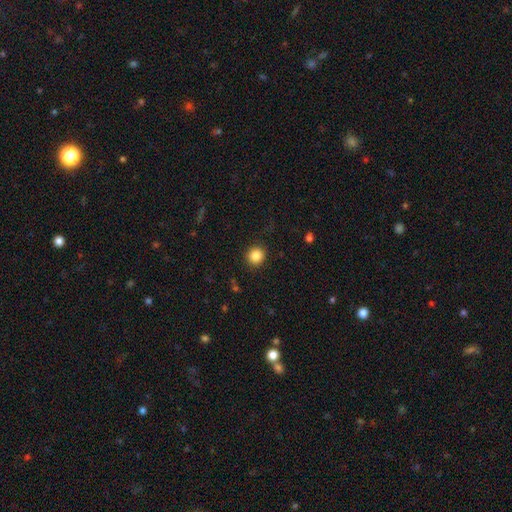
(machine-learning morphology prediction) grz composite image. It shows a smooth galaxy with no disk features (86%) that is round (88%). Merging: none (90%).